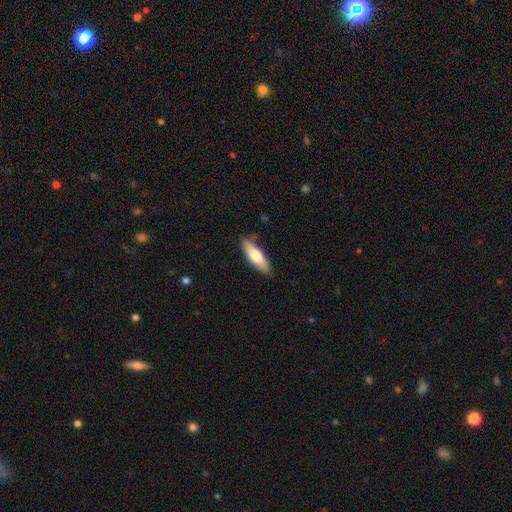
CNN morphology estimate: Overall: smooth (66%; featured or disk 28%). How rounded: cigar-shaped (51%; in between 47%). Merging: none (82%).